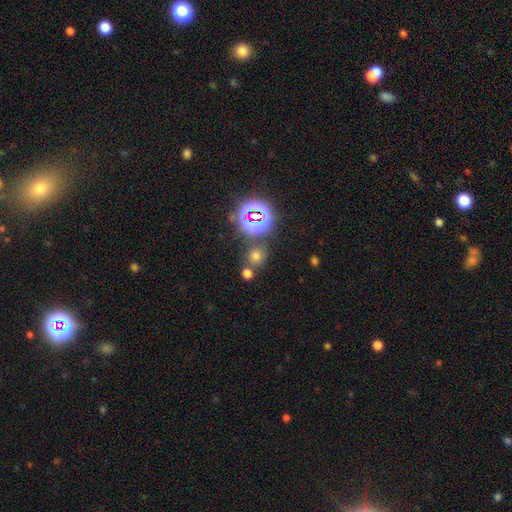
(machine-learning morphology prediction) This is possibly a smooth galaxy (60%). How rounded: clearly round (84%). Merging: likely none (71%).